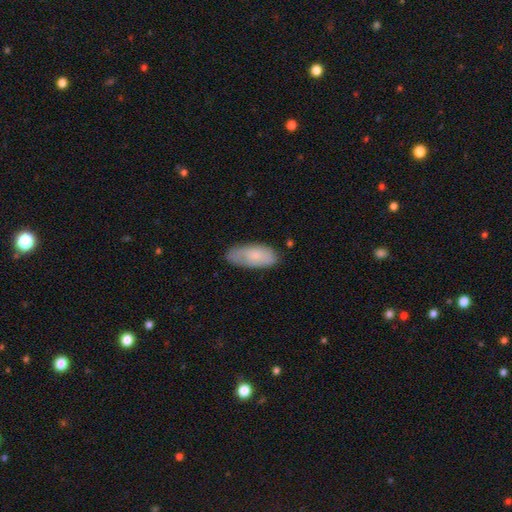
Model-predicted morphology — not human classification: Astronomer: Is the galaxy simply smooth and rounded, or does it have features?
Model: smooth — 74%.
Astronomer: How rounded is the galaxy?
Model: in between — 87%.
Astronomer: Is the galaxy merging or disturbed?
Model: none — 63%.